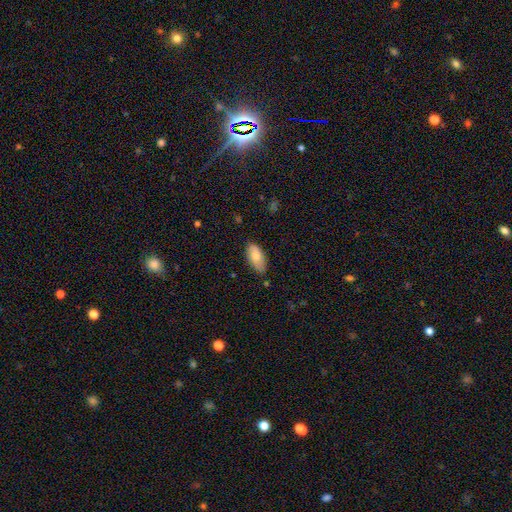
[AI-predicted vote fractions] Smooth or featured? Predicted: smooth (p=0.77). How rounded? Predicted: in between (p=0.91). Merging? Predicted: none (p=0.74).